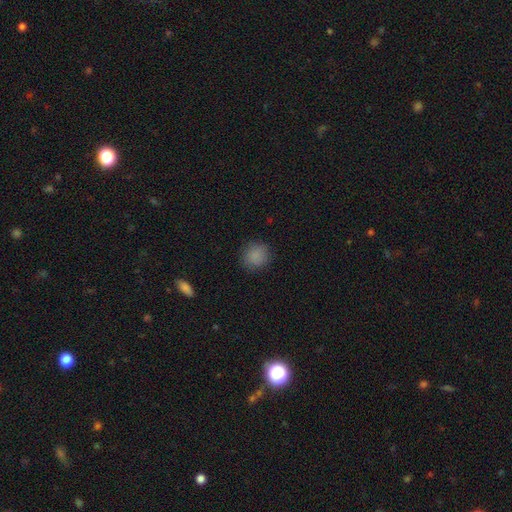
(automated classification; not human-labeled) Smooth or featured: smooth — 86% (star or artifact — 9%)
How rounded: round — 87% (in between — 12%)
Merging: none — 85% (minor disturbance — 11%)